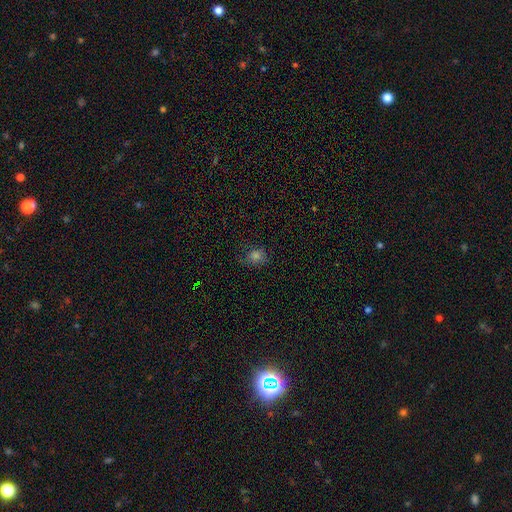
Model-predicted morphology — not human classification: Overall: smooth (70%). How rounded: round (69%; in between 30%). Merging: none (72%).